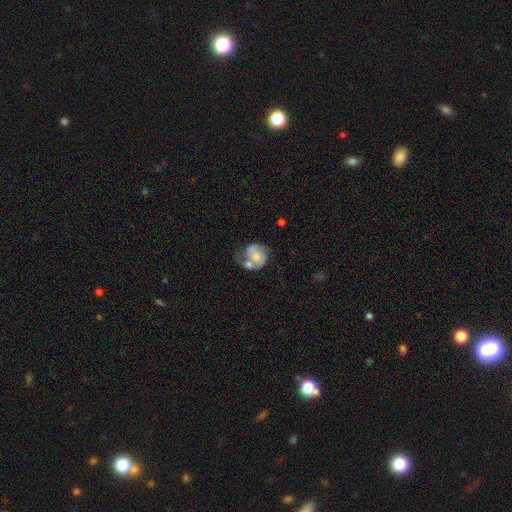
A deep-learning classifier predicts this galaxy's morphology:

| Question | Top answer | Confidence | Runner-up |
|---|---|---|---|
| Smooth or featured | featured or disk | 62% | smooth (31%) |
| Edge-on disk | no | 98% | yes (2%) |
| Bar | no | 75% | weak (21%) |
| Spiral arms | yes | 76% | no (24%) |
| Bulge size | moderate | 43% | small (28%) |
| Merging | merger | 33% | none (31%) |